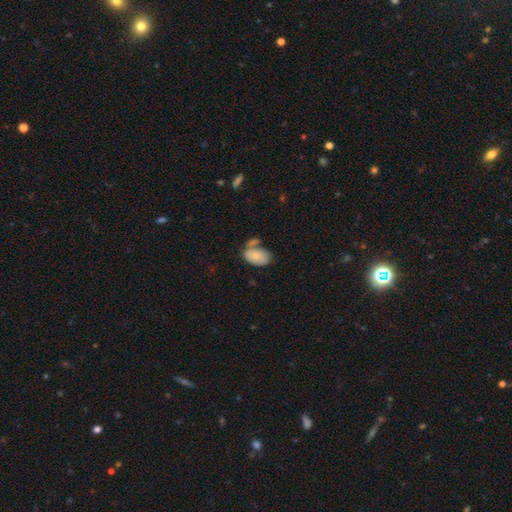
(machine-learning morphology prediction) smooth_or_featured: smooth (p=0.78) [alt: featured or disk p=0.16]
how_rounded: in between (p=0.91) [alt: round p=0.08]
merging: none (p=0.43) [alt: merger p=0.27]